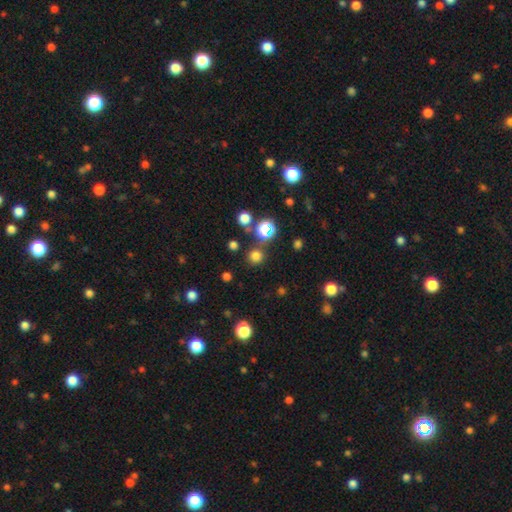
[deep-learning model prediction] Overall: smooth (71%). How rounded: round (93%). Merging: none (83%).